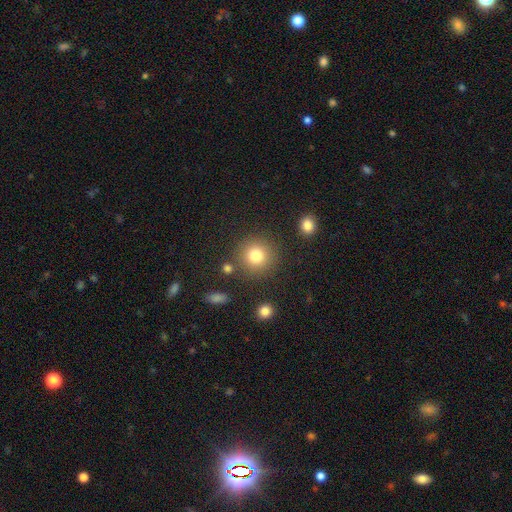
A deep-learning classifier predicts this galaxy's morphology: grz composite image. It shows a smooth galaxy with no disk features (81%) that is round (92%). Merging: none (83%).